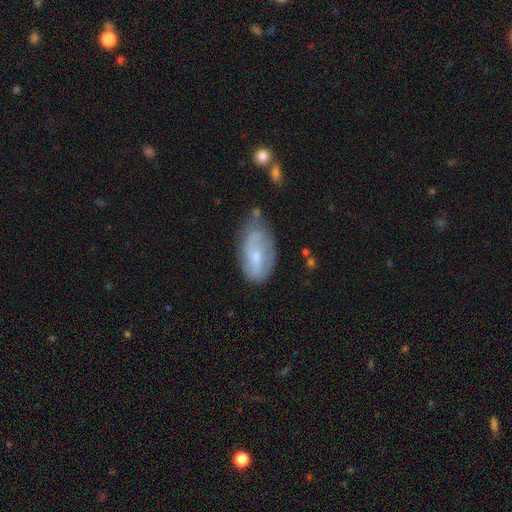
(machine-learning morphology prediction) Smooth or featured? Predicted: featured or disk (p=0.53). Edge-on disk? Predicted: no (p=0.93). Merging? Predicted: none (p=0.47).